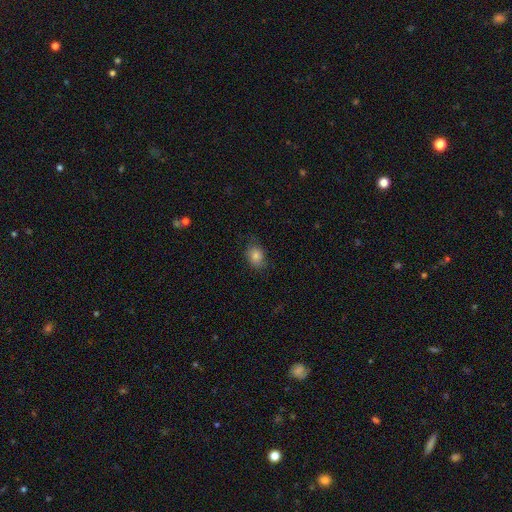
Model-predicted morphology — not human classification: Overall: smooth (80%). How rounded: in between (59%; round 39%). Merging: none (70%).